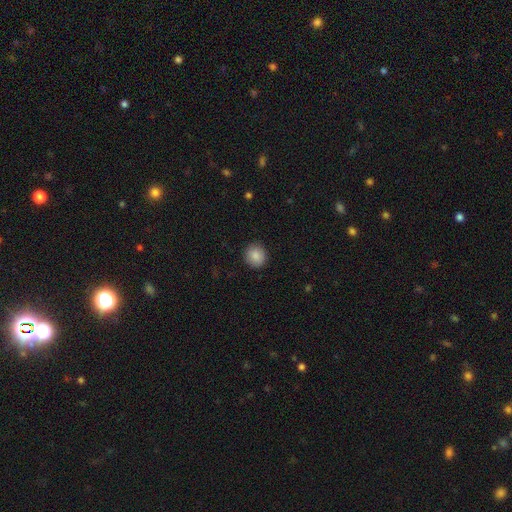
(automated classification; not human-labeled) This is clearly a smooth galaxy (88%). How rounded: clearly round (87%). Merging: clearly none (90%).